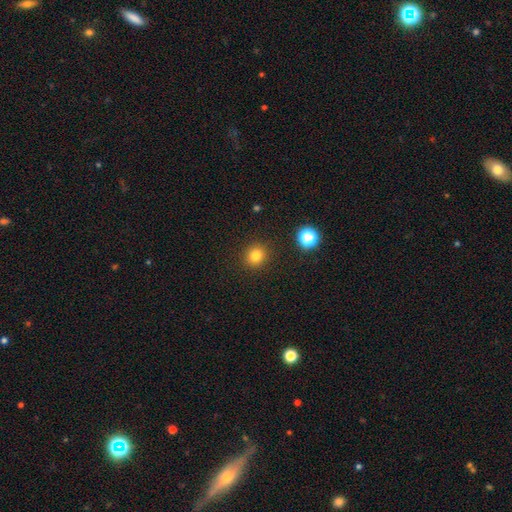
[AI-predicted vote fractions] Morphology: type=smooth (80%); roundness=round (87%); merging=none (90%).